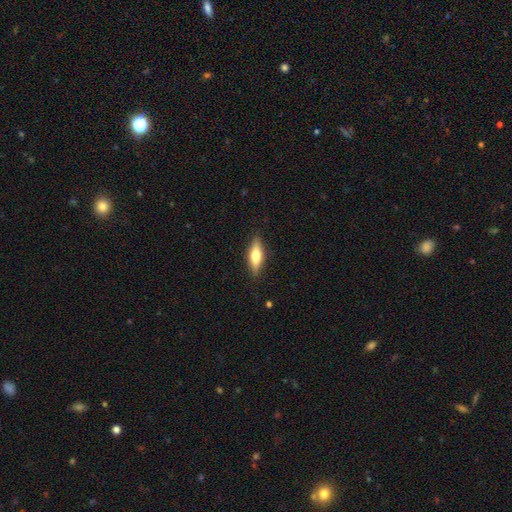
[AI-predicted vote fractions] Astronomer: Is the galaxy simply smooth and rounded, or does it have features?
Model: smooth — 61%.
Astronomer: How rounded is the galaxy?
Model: in between — 52% (runner-up: cigar-shaped, 46%).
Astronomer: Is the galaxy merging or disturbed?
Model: none — 87%.